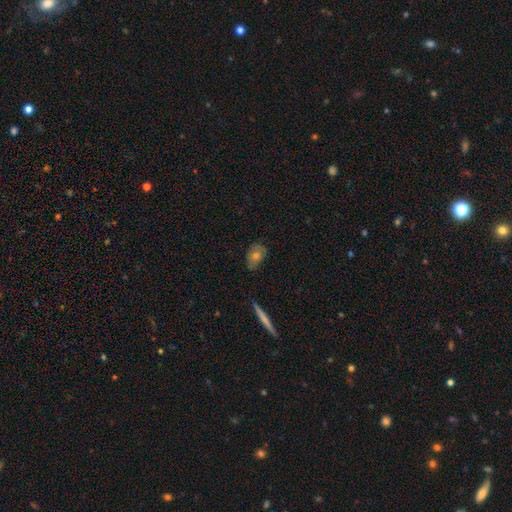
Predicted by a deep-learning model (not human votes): This appears to be a smooth galaxy with no disk features (51%) that is in between round and cigar-shaped (74%). Merging: none (75%).